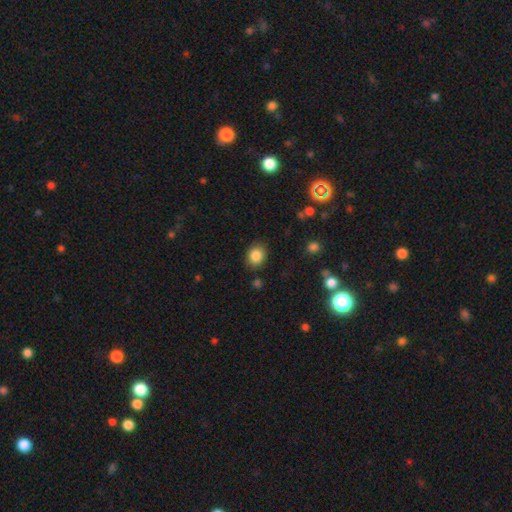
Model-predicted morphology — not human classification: This is clearly a smooth galaxy (85%). How rounded: possibly round (57%). Merging: clearly none (83%).